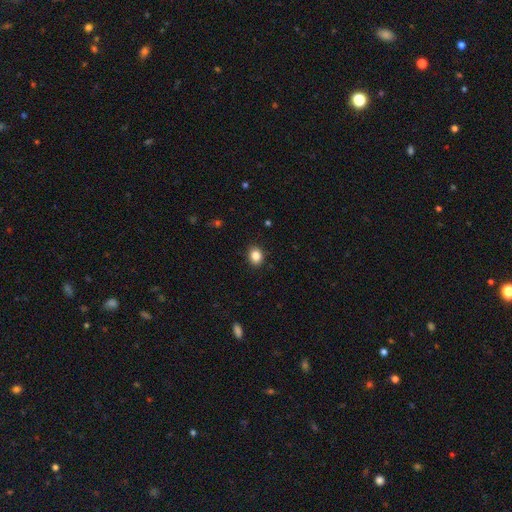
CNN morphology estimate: Q: Smooth or featured?
A: smooth (85%); runner-up: star or artifact (10%)
Q: How rounded?
A: round (54%); runner-up: in between (45%)
Q: Merging?
A: none (90%); runner-up: minor disturbance (7%)